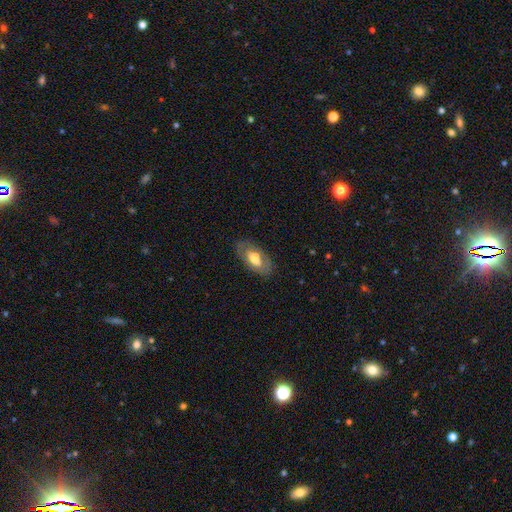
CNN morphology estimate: smooth 52%, featured or disk 41%, star or artifact 7%. Down the decision tree: how rounded — in between (90%); merging — none (78%).